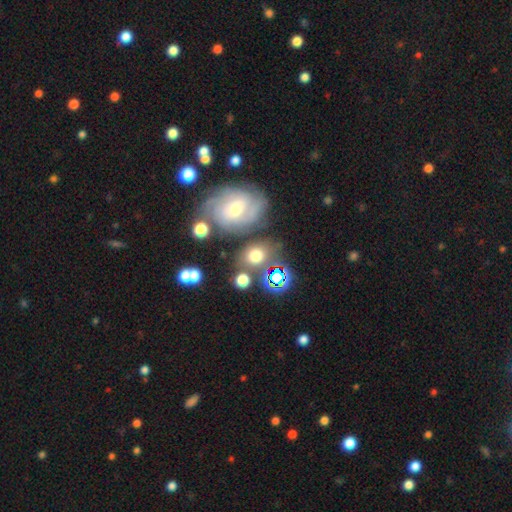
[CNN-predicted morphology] Smooth or featured?
  - smooth: 58% *
  - featured or disk: 21%
  - star or artifact: 21%
How rounded?
  - in between: 51% *
  - round: 47%
  - cigar-shaped: 2%
Merging?
  - none: 64% *
  - merger: 15%
  - minor disturbance: 14%
  - major disturbance: 7%